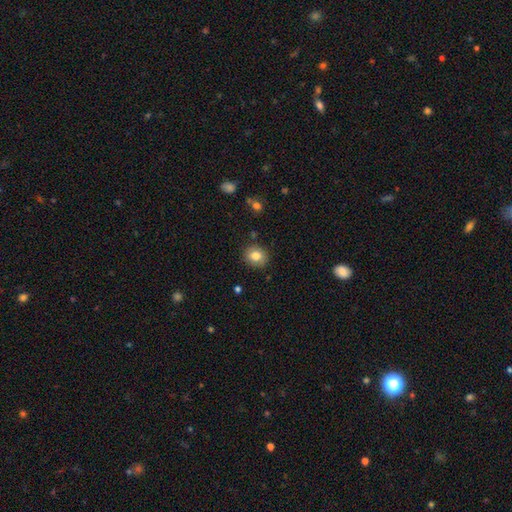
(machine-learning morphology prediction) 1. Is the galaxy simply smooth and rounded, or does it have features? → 81% smooth, 10% star or artifact, 9% featured or disk.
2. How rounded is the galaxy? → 75% round, 25% in between, 1% cigar-shaped.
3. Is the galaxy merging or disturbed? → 87% none, 9% minor disturbance, 2% major disturbance, 2% merger.